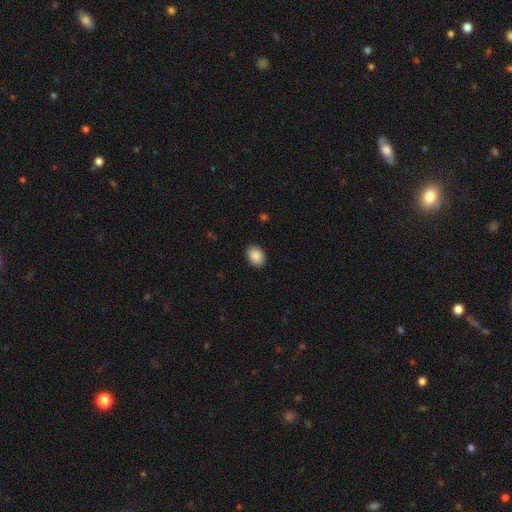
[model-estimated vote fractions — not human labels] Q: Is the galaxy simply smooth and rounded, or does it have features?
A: smooth — 89%.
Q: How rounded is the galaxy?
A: in between — 73%.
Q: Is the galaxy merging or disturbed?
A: none — 90%.